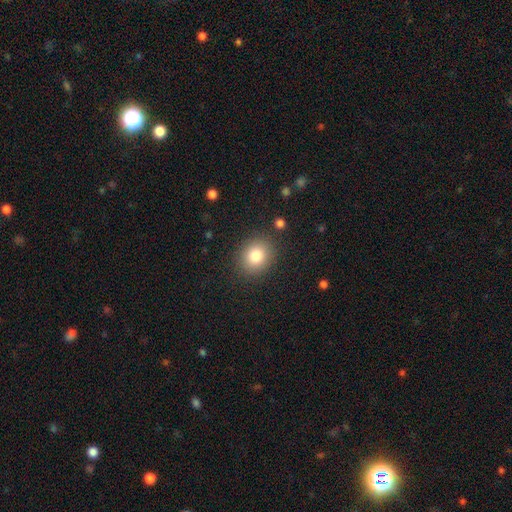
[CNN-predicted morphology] This appears to be a smooth galaxy with no disk features (82%) that is round (66%). Merging: none (87%).